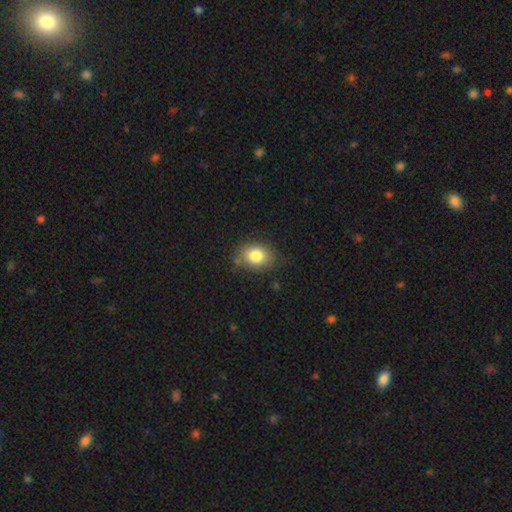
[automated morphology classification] A smooth galaxy with no disk features (81%) that is in between round and cigar-shaped (62%). Merging: none (78%).